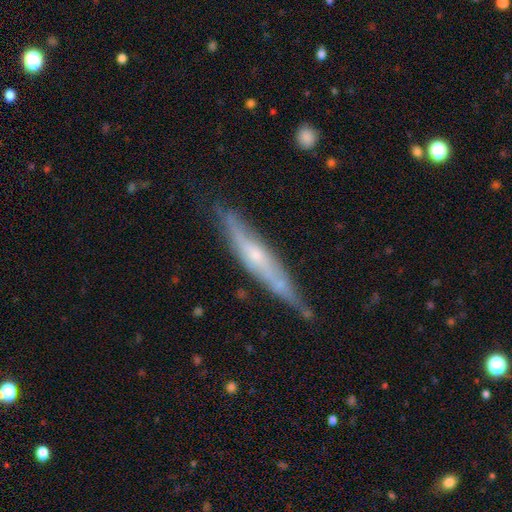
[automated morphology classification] The model was most divided on "edge-on bulge": rounded: 52%, none: 40%, boxy: 8%. More confident: edge-on disk — yes (80%); merging — none (67%); smooth or featured — featured or disk (66%).